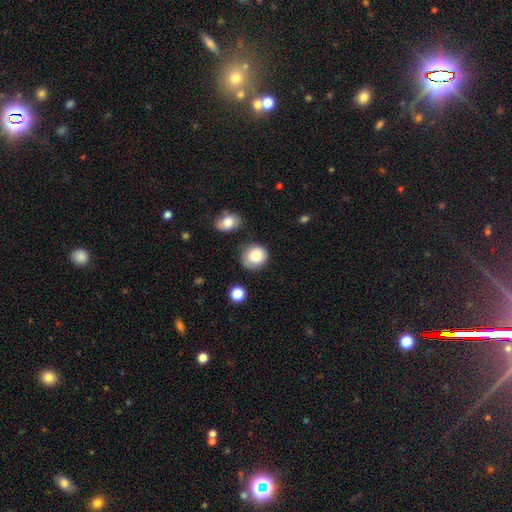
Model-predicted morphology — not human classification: Overall: smooth (83%). How rounded: round (82%). Merging: none (63%; minor disturbance 25%).